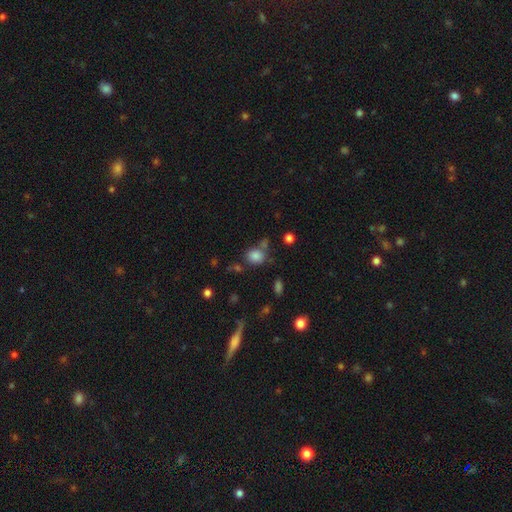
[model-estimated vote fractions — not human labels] Overall: smooth (81%). How rounded: round (63%; in between 36%). Merging: none (64%).